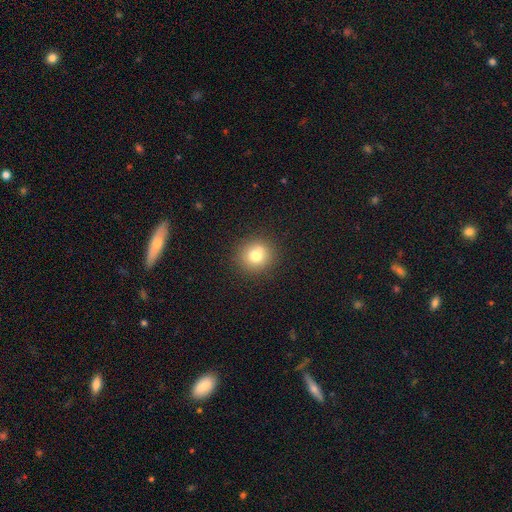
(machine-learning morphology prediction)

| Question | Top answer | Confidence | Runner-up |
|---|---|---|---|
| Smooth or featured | smooth | 75% | star or artifact (13%) |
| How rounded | round | 90% | in between (9%) |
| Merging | none | 86% | minor disturbance (9%) |